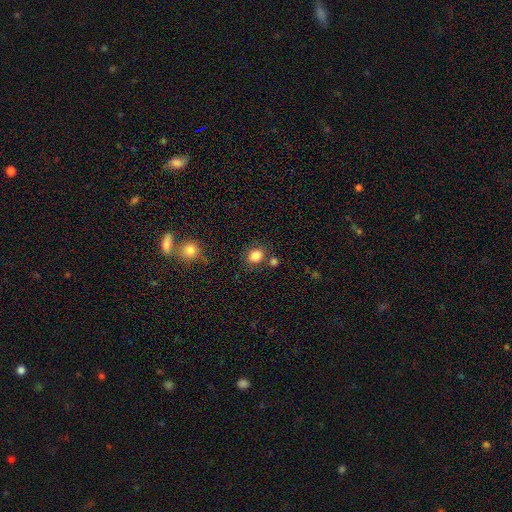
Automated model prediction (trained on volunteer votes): smooth-or-featured: smooth: 84% | star or artifact: 11% | featured or disk: 5%
  how-rounded: round: 66% | in between: 33% | cigar-shaped: 1%
  merging: none: 73% | minor disturbance: 13% | merger: 10% | major disturbance: 4%